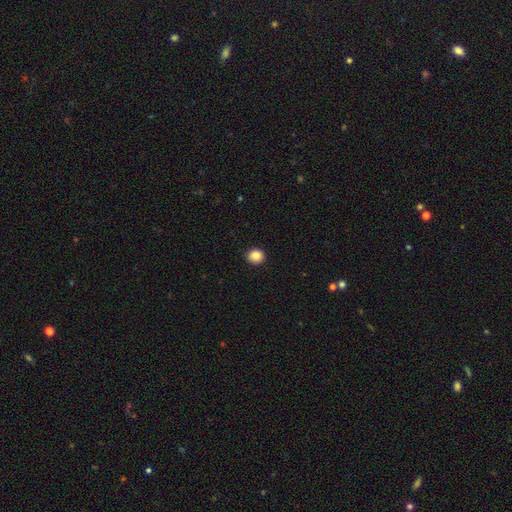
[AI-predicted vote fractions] Q: Smooth or featured?
A: smooth (87%); runner-up: star or artifact (9%)
Q: How rounded?
A: round (84%); runner-up: in between (15%)
Q: Merging?
A: none (92%); runner-up: minor disturbance (6%)